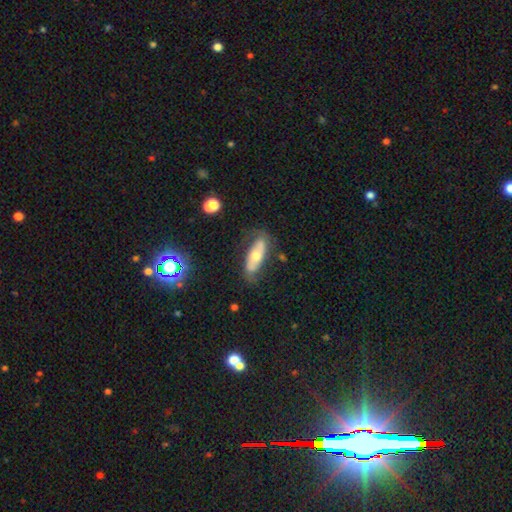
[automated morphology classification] This is possibly a featured or disk galaxy (50%). Merging: likely none (68%).